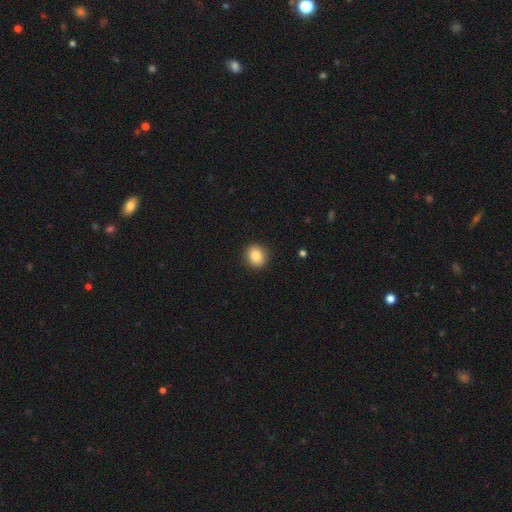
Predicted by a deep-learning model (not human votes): A smooth galaxy with no disk features (85%) that is round (71%).

Vote fractions:
- Smooth or featured? smooth: 85% / star or artifact: 9% / featured or disk: 6%
- How rounded? round: 71% / in between: 28% / cigar-shaped: 1%
- Merging? none: 90% / minor disturbance: 7% / major disturbance: 2% / merger: 1%